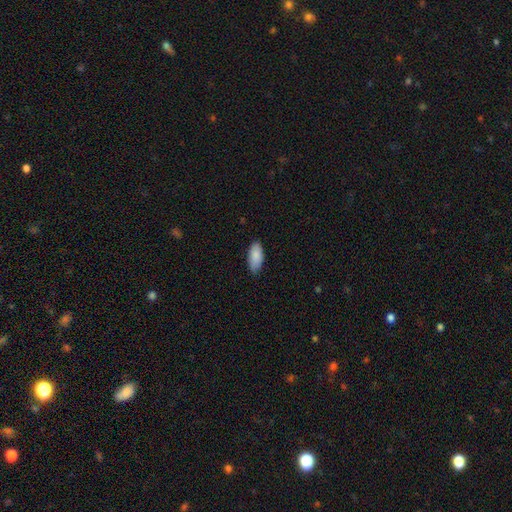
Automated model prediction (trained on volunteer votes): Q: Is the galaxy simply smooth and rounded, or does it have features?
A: smooth — 87%.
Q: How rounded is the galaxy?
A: in between — 90%.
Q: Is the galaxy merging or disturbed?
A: none — 82%.